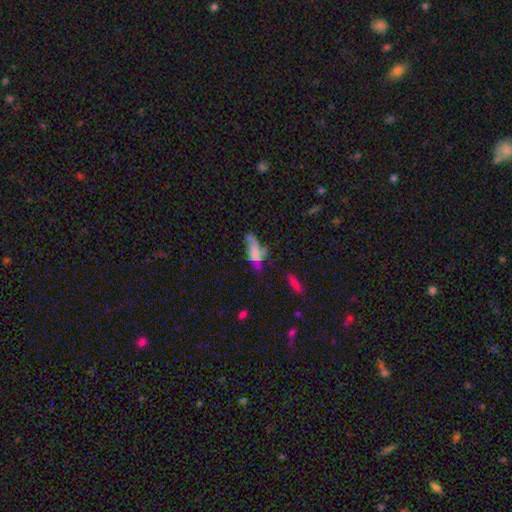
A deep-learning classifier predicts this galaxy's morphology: Smooth or featured? Predicted: smooth (p=0.64). How rounded? Predicted: in between (p=0.63). Merging? Predicted: none (p=0.35).